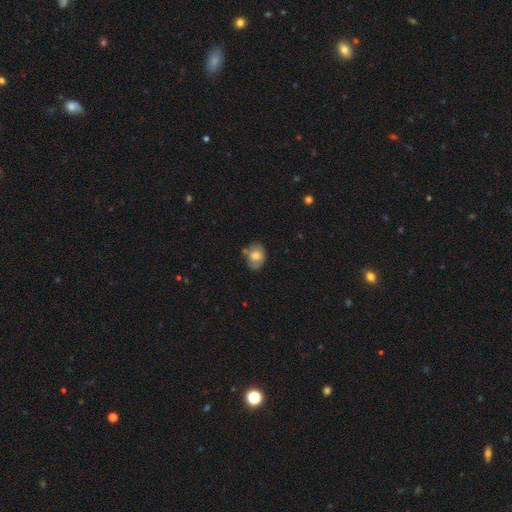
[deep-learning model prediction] Morphology: type=smooth (67%); roundness=in between (57%); merging=none (62%).